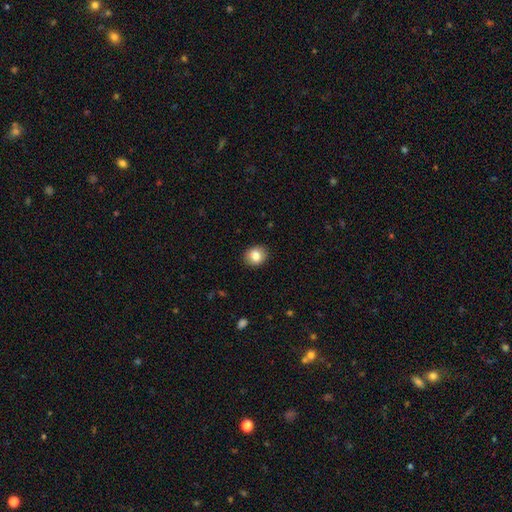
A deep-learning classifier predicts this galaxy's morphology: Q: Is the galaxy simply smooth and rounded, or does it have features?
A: smooth — 83%.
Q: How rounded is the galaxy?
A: round — 69%.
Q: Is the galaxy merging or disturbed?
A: none — 90%.